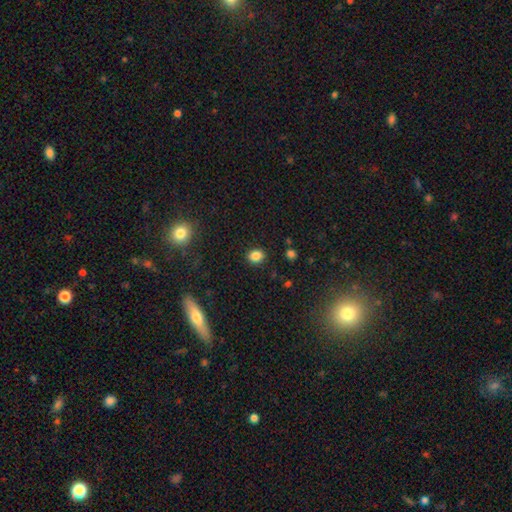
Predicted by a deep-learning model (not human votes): This appears to be a smooth galaxy with no disk features (84%) that is round (55%). Merging: none (88%).